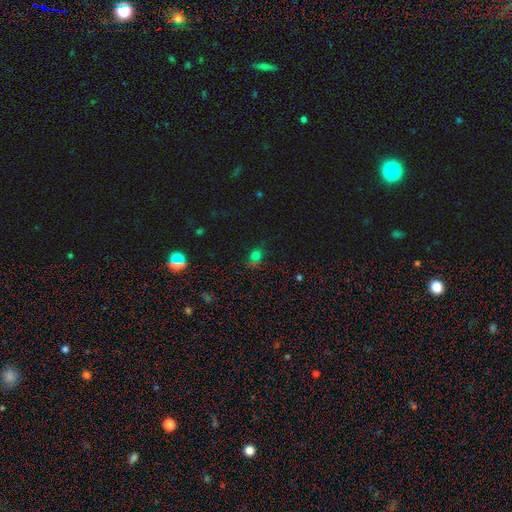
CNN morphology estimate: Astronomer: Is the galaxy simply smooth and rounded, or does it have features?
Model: smooth — 58% (runner-up: star or artifact, 35%).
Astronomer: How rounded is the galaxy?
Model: round — 65%.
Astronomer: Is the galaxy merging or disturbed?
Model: none — 69%.